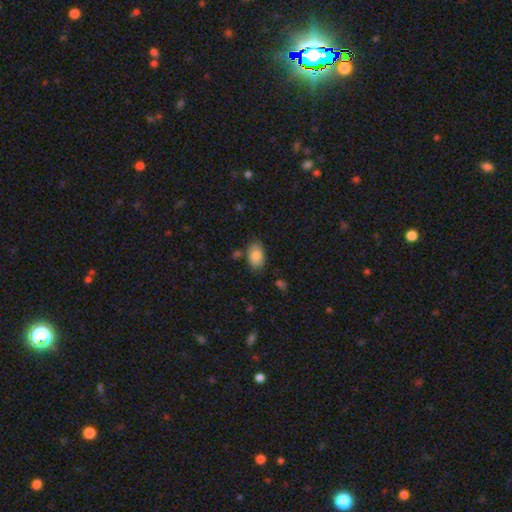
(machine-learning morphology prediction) Smooth or featured: smooth — 85% (featured or disk — 8%)
How rounded: in between — 91% (round — 8%)
Merging: none — 77% (minor disturbance — 15%)